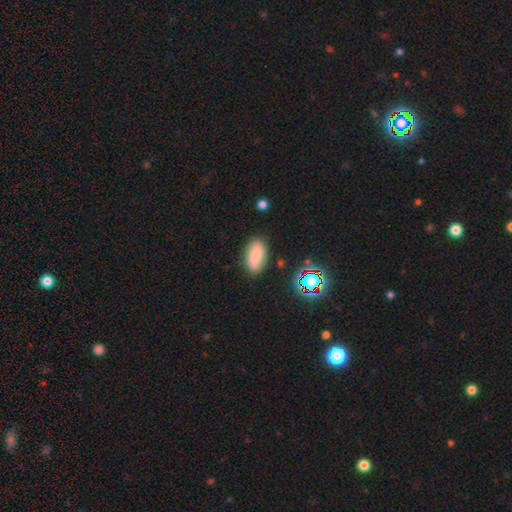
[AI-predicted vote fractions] Smooth or featured: smooth — 79% (featured or disk — 11%)
How rounded: in between — 92% (cigar-shaped — 4%)
Merging: none — 83% (minor disturbance — 12%)